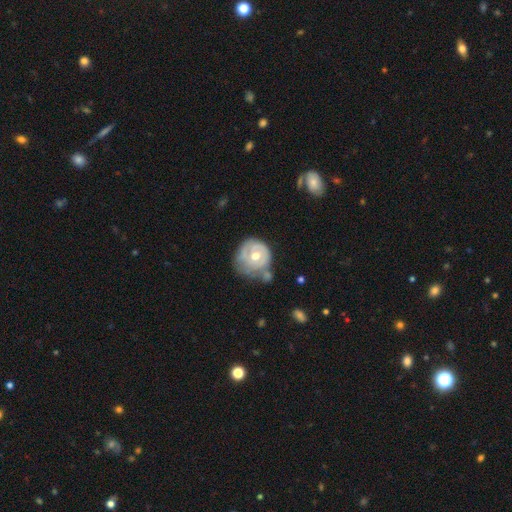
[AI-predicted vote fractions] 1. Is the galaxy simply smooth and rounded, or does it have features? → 59% featured or disk, 35% smooth, 6% star or artifact.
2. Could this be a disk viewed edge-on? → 97% no, 3% yes.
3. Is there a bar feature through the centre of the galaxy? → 78% no, 18% weak, 4% strong.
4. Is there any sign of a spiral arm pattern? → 52% yes, 48% no.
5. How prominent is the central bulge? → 76% moderate, 16% small, 6% large, 1% none, 1% dominant.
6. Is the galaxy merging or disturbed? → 44% none, 28% minor disturbance, 15% major disturbance, 13% merger.